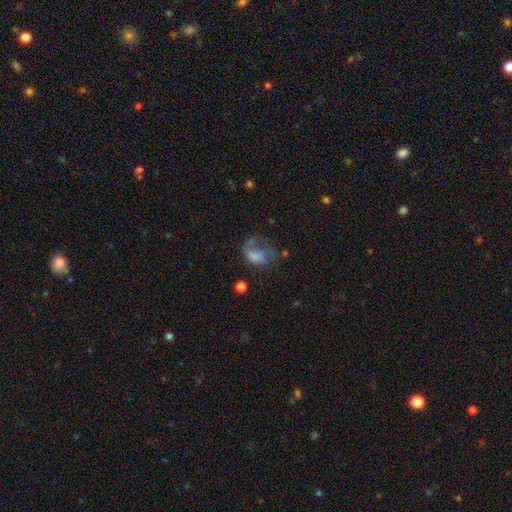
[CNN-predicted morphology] This is likely a smooth galaxy (61%). How rounded: likely in between (75%). Merging: possibly major disturbance (47%).